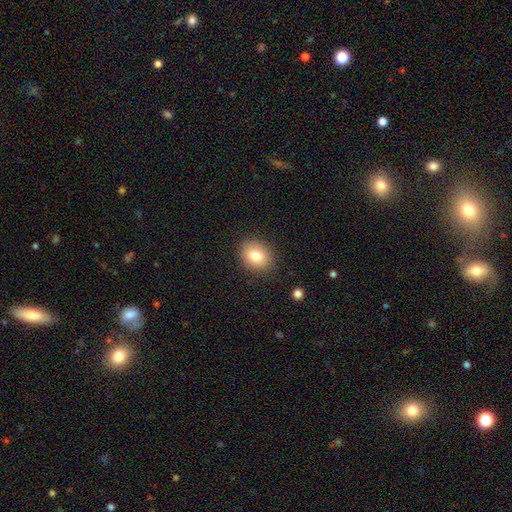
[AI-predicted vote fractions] smooth_or_featured: smooth (p=0.79) [alt: featured or disk p=0.11]
how_rounded: round (p=0.55) [alt: in between p=0.44]
merging: none (p=0.88) [alt: minor disturbance p=0.09]